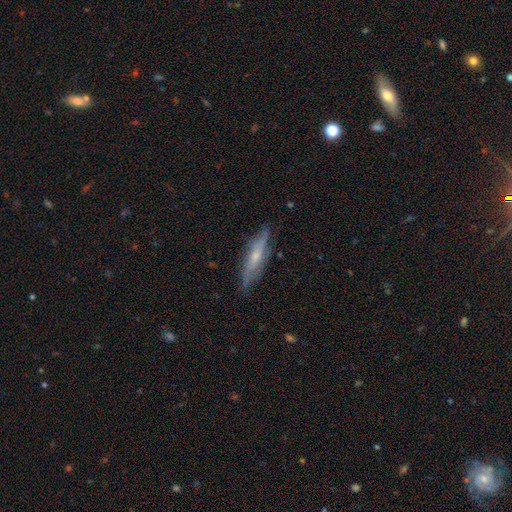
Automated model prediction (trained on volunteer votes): Overall: featured or disk (56%; smooth 37%). Edge-on disk: yes (81%). Merging: none (78%).